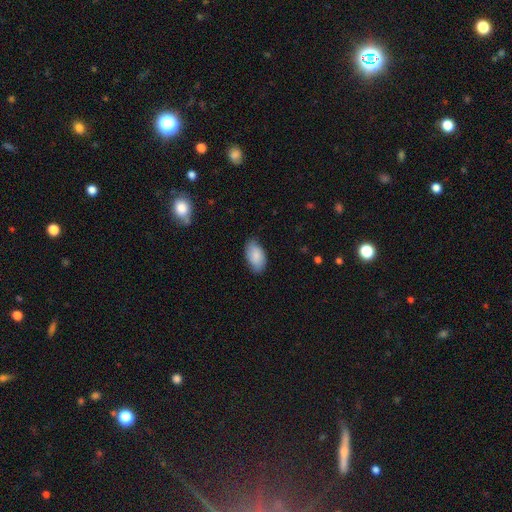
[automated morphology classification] This is clearly a smooth galaxy (84%). How rounded: clearly in between (95%). Merging: likely none (78%).